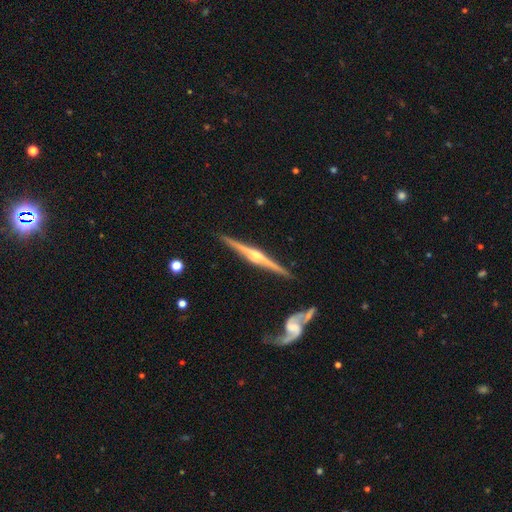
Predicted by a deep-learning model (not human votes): This is clearly a featured or disk galaxy (88%). It is clearly viewed edge-on (98%). Edge-on bulge: clearly rounded (91%). Merging: clearly none (88%).